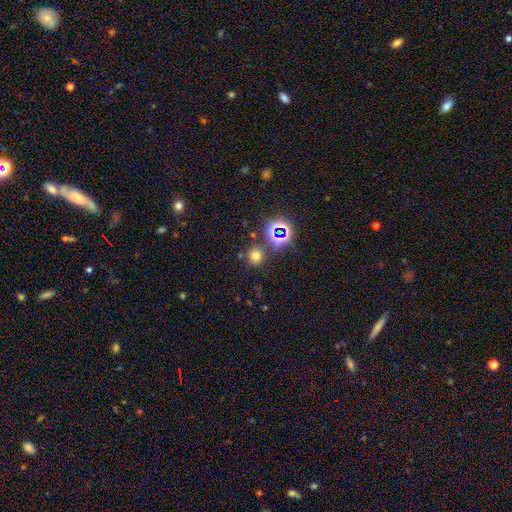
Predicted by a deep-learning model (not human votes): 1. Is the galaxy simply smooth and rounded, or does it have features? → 65% smooth, 27% star or artifact, 8% featured or disk.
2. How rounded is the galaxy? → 91% round, 8% in between, 1% cigar-shaped.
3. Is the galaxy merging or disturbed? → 80% none, 8% minor disturbance, 8% merger, 4% major disturbance.